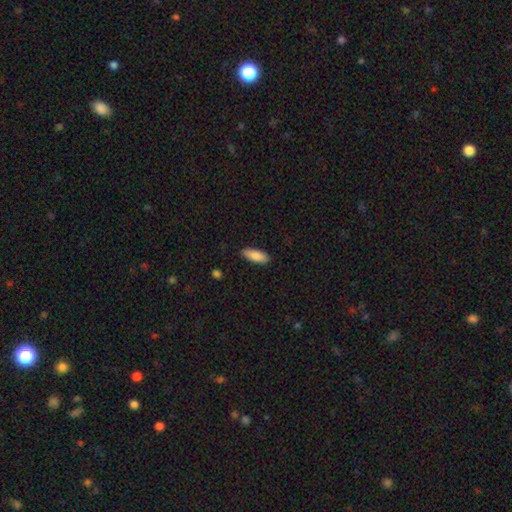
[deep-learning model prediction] smooth-or-featured: smooth: 87% | featured or disk: 8% | star or artifact: 6%
  how-rounded: in between: 69% | cigar-shaped: 30% | round: 2%
  merging: none: 88% | minor disturbance: 9% | major disturbance: 2% | merger: 1%